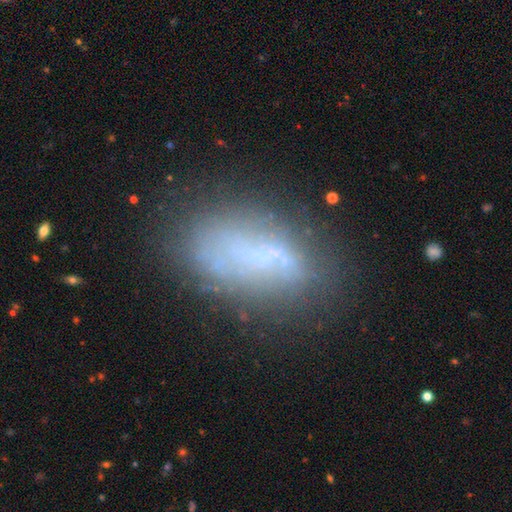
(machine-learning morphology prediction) Q: Smooth or featured?
A: featured or disk (44%); runner-up: smooth (42%)
Q: Merging?
A: none (54%); runner-up: minor disturbance (23%)